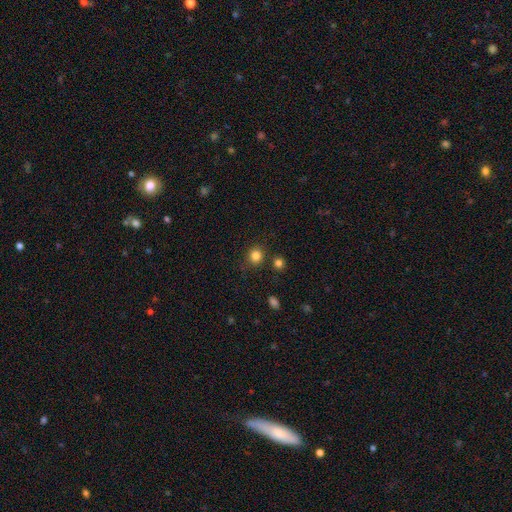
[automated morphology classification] This is clearly a smooth galaxy (83%). How rounded: clearly round (86%). Merging: clearly none (82%).